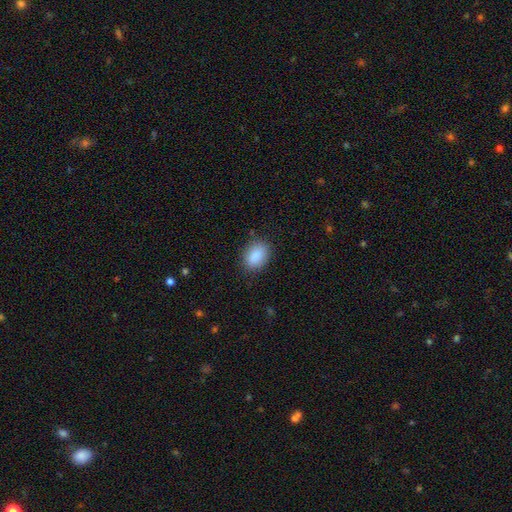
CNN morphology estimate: Smooth or featured? smooth (88%)
How rounded? in between (79%)
Merging? none (83%)